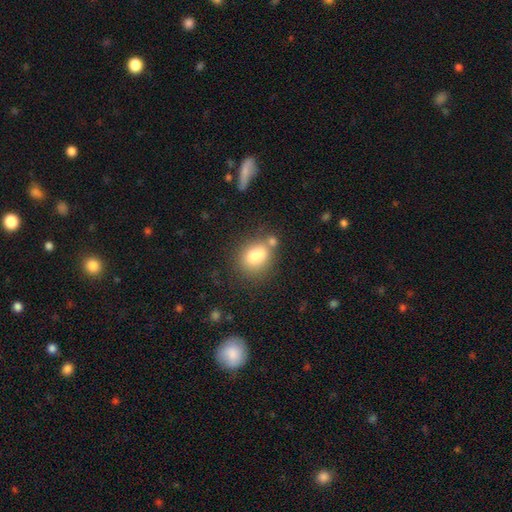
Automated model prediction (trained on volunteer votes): Smooth or featured? smooth (77%)
How rounded? in between (50%)
Merging? none (45%)